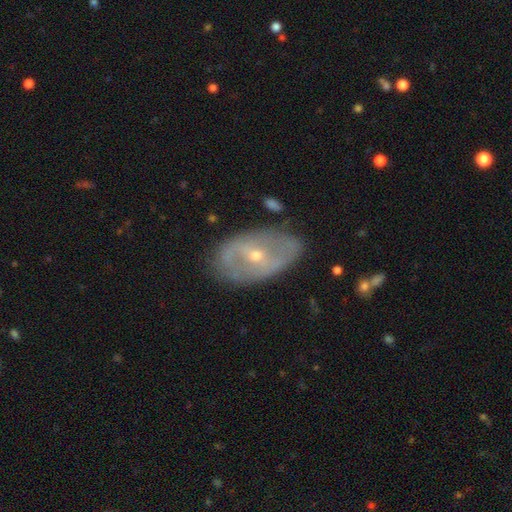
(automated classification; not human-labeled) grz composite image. It shows a featured or disk galaxy (71%) with a weak bar (36%), no spiral arms (52%) and a small central bulge (62%). Merging: none (76%).